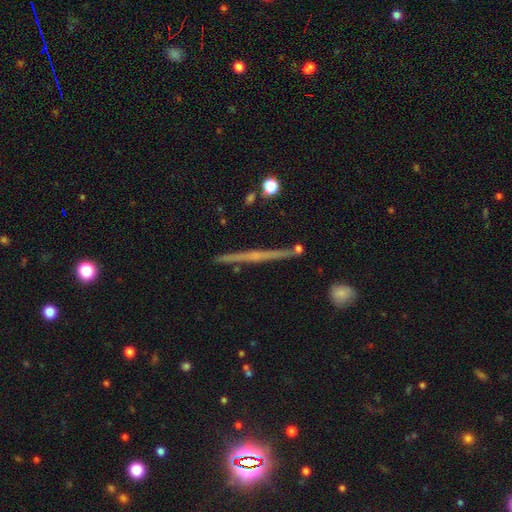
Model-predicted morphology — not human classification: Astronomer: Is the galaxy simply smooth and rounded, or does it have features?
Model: featured or disk — 71%.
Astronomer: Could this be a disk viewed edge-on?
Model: yes — 98%.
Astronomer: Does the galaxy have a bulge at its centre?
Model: none — 58% (runner-up: rounded, 35%).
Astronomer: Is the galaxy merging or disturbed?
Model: none — 89%.